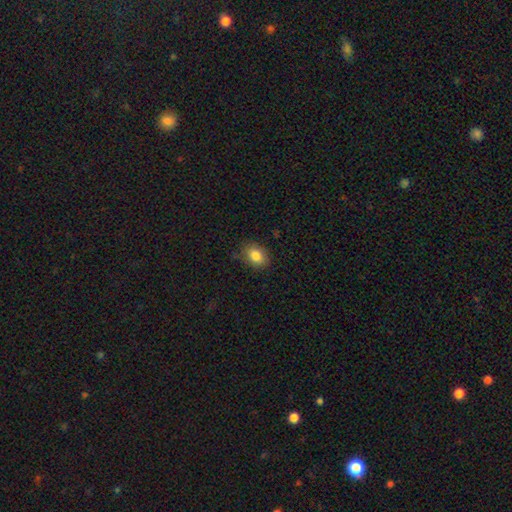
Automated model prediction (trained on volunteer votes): Smooth or featured: smooth — 85% (star or artifact — 9%)
How rounded: in between — 74% (round — 25%)
Merging: none — 79% (minor disturbance — 16%)